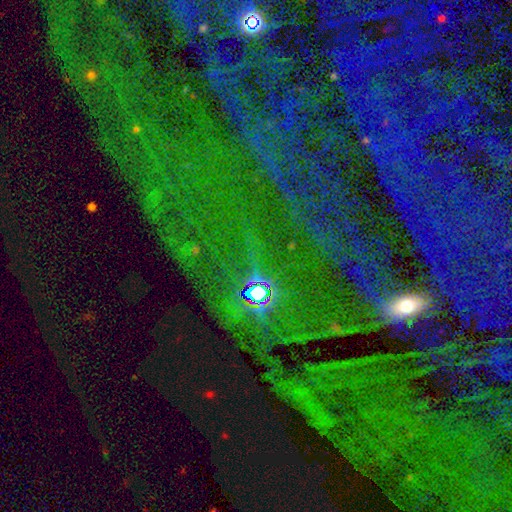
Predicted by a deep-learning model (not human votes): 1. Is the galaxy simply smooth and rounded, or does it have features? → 85% star or artifact, 8% featured or disk, 7% smooth.